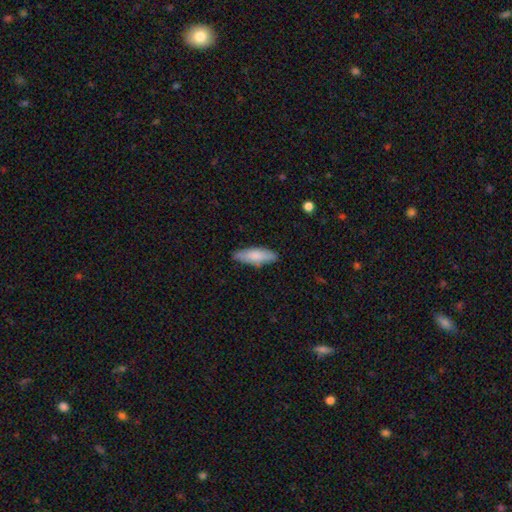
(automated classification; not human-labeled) Overall: smooth (81%). How rounded: in between (54%; cigar-shaped 44%). Merging: none (84%).